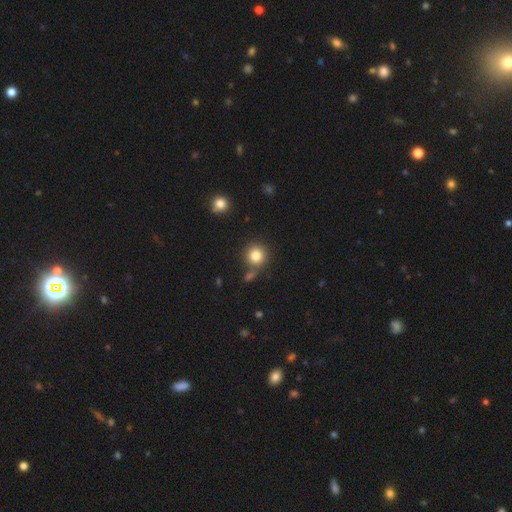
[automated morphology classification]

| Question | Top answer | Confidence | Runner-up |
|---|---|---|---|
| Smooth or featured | smooth | 82% | star or artifact (11%) |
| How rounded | round | 92% | in between (7%) |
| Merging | none | 74% | merger (13%) |